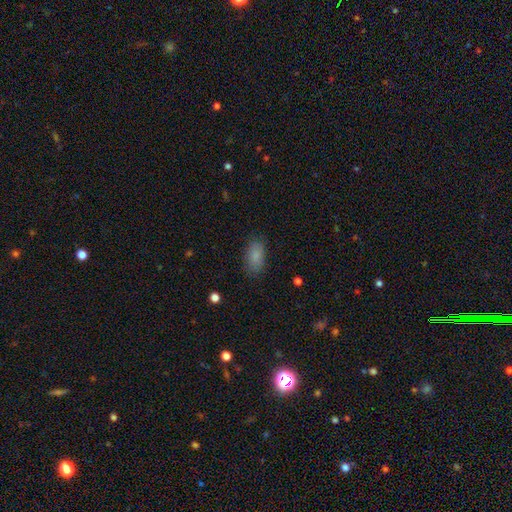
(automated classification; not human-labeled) This appears to be a smooth galaxy with no disk features (86%) that is in between round and cigar-shaped (92%). Merging: none (83%).